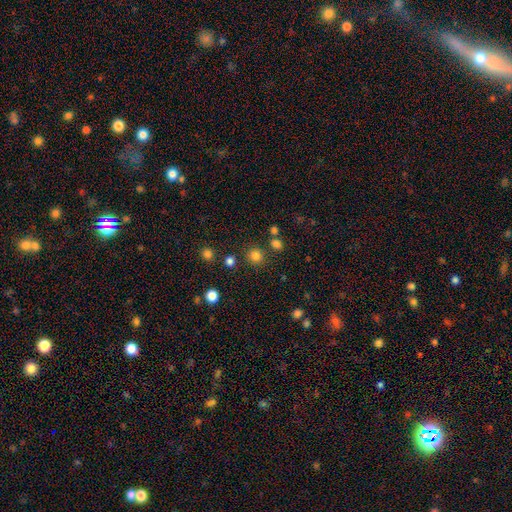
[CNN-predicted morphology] This is clearly a smooth galaxy (80%). How rounded: clearly round (91%). Merging: clearly none (83%).